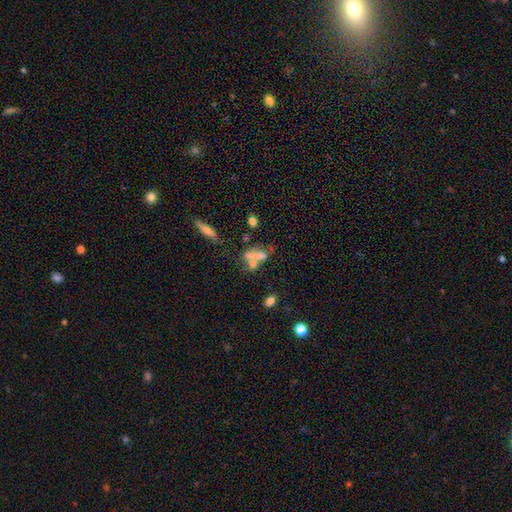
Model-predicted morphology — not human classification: smooth-or-featured: smooth: 56% | featured or disk: 28% | star or artifact: 16%
  how-rounded: in between: 52% | cigar-shaped: 37% | round: 11%
  merging: merger: 42% | none: 33% | minor disturbance: 13% | major disturbance: 12%